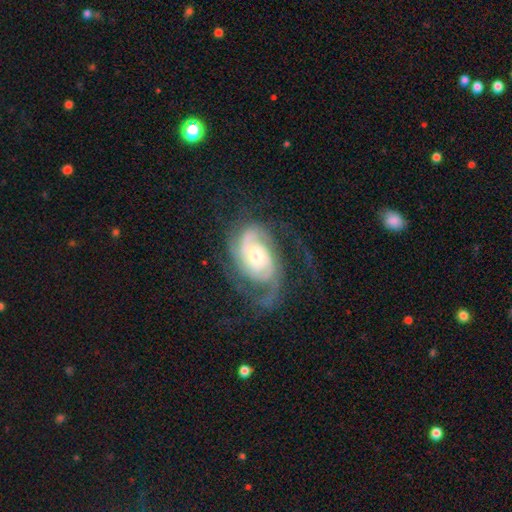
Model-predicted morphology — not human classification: Smooth or featured? Predicted: featured or disk (p=0.88). Edge-on disk? Predicted: no (p=0.97). Bar? Predicted: no (p=0.62). Spiral arms? Predicted: yes (p=0.97). Spiral winding? Predicted: tight (p=0.48). Spiral arm count? Predicted: 2 (p=0.47). Bulge size? Predicted: moderate (p=0.56). Merging? Predicted: none (p=0.58).